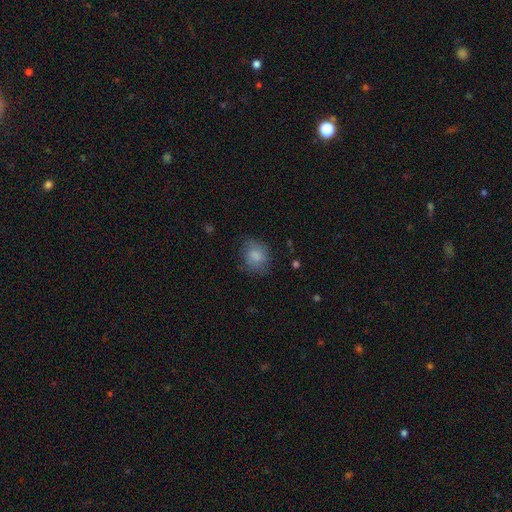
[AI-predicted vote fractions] The model was most divided on "how rounded": round: 58%, in between: 41%, cigar-shaped: 1%. More confident: smooth or featured — smooth (81%); merging — none (69%).